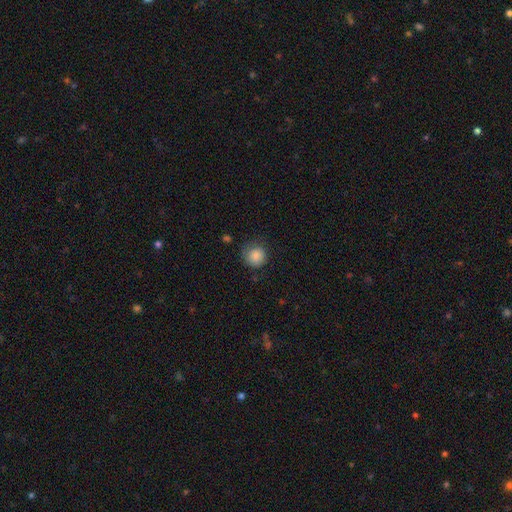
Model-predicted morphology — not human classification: Smooth or featured? Predicted: smooth (p=0.85). How rounded? Predicted: round (p=0.91). Merging? Predicted: none (p=0.71).